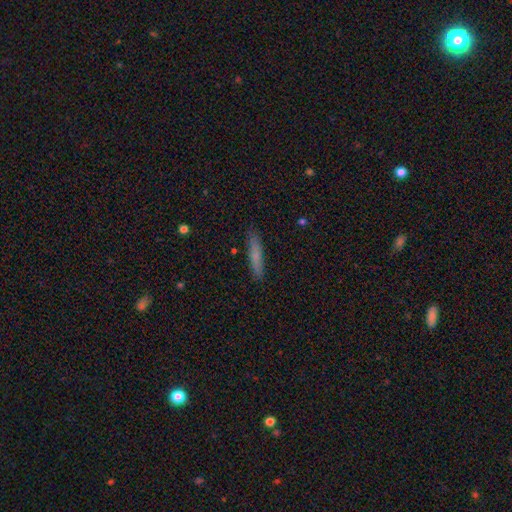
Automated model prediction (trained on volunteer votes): smooth_or_featured: smooth (p=0.71) [alt: featured or disk p=0.22]
how_rounded: cigar-shaped (p=0.91) [alt: in between p=0.07]
merging: none (p=0.89) [alt: minor disturbance p=0.08]